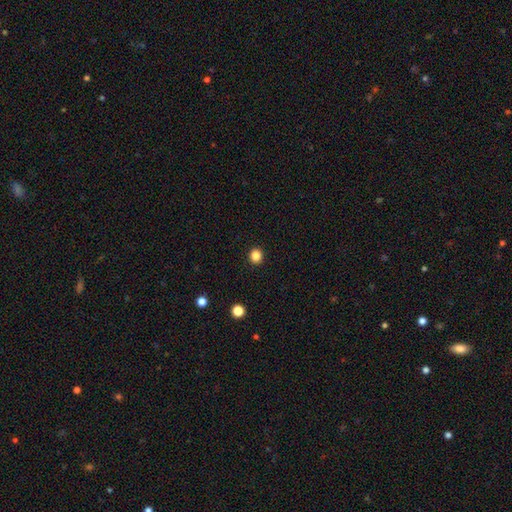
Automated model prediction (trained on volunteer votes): Smooth or featured: smooth — 85% (star or artifact — 12%)
How rounded: round — 89% (in between — 10%)
Merging: none — 93% (minor disturbance — 4%)